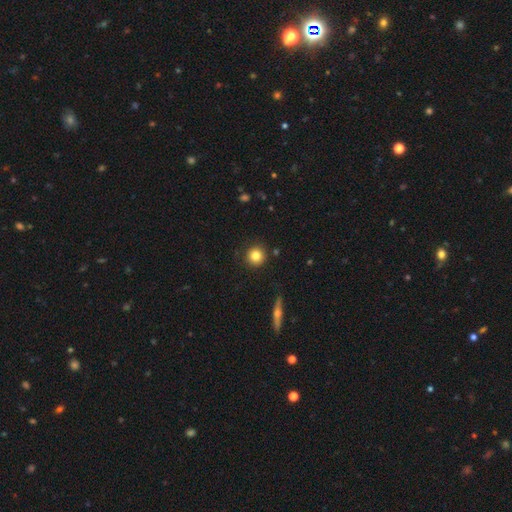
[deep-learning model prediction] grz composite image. It shows a smooth galaxy with no disk features (82%) that is round (94%). Merging: none (90%).